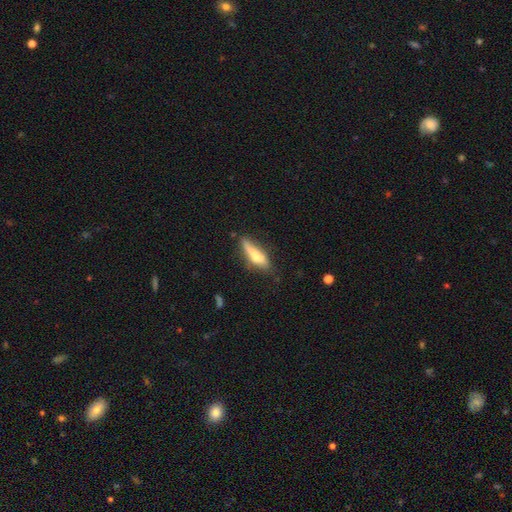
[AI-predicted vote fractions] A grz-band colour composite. It shows a smooth galaxy with no disk features (58%) that is cigar-shaped (69%). Merging: none (58%).